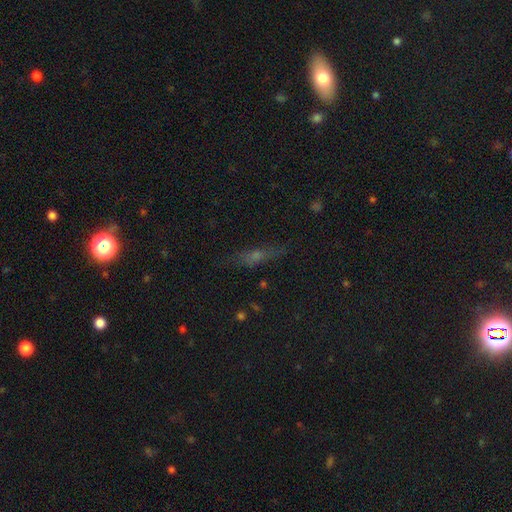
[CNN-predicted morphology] smooth_or_featured: featured or disk (p=0.40) [alt: smooth p=0.34]
merging: none (p=0.79) [alt: minor disturbance p=0.14]